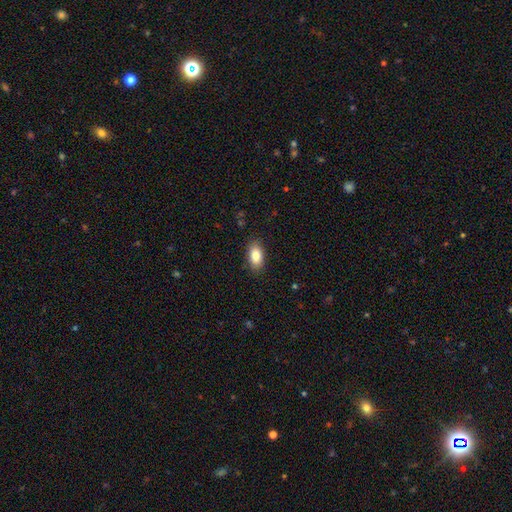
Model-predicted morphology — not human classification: Smooth or featured: smooth — 84% (featured or disk — 8%)
How rounded: in between — 91% (round — 5%)
Merging: none — 86% (minor disturbance — 10%)